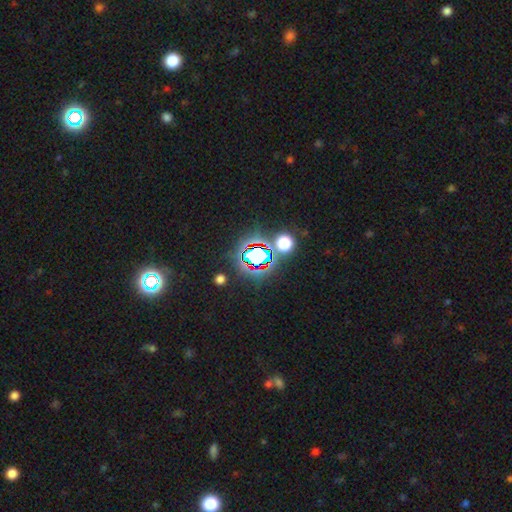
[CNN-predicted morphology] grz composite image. It shows a star or artifact, not a galaxy (72%).